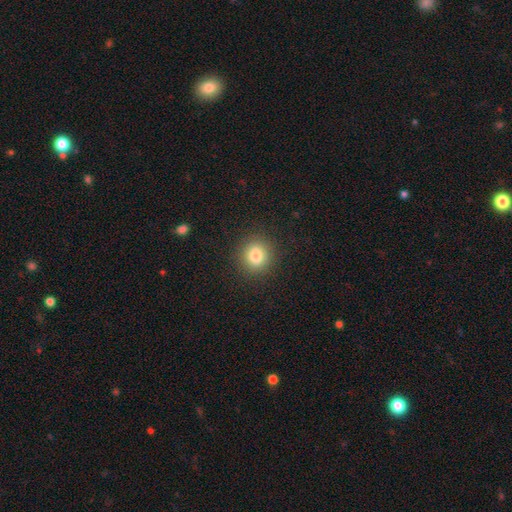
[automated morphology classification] Overall: smooth (82%). How rounded: round (81%). Merging: none (89%).